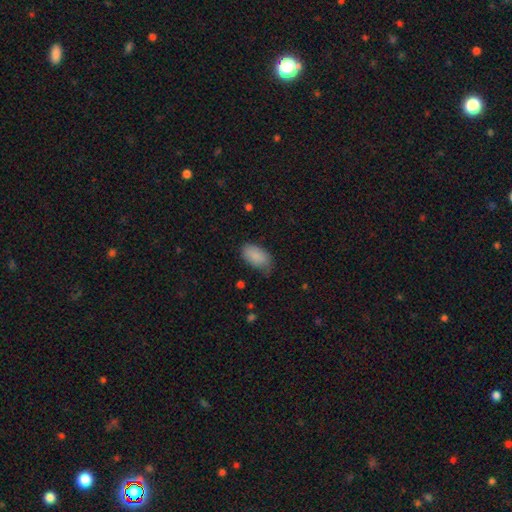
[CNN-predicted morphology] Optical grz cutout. It shows a smooth galaxy with no disk features (87%) that is in between round and cigar-shaped (94%). Merging: none (61%).